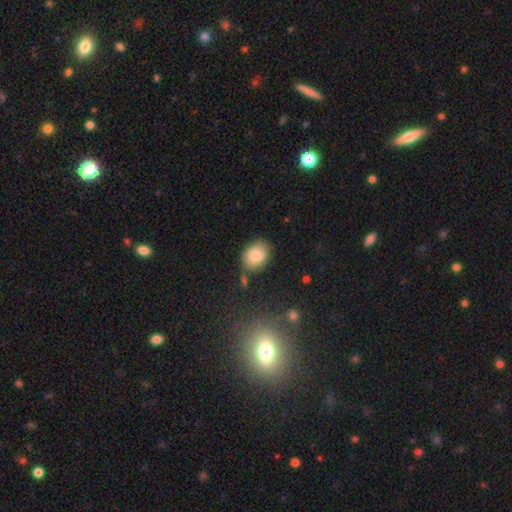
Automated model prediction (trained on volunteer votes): smooth_or_featured: smooth (p=0.82) [alt: featured or disk p=0.09]
how_rounded: in between (p=0.63) [alt: round p=0.36]
merging: none (p=0.67) [alt: minor disturbance p=0.21]